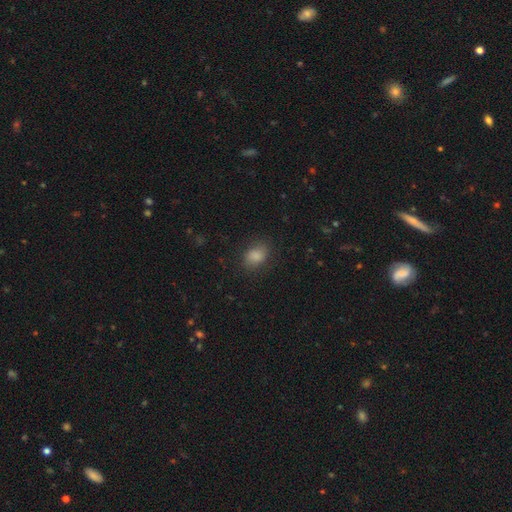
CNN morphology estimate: smooth-or-featured: smooth: 83% | star or artifact: 10% | featured or disk: 7%
  how-rounded: in between: 67% | round: 32% | cigar-shaped: 1%
  merging: none: 77% | minor disturbance: 16% | major disturbance: 6% | merger: 1%